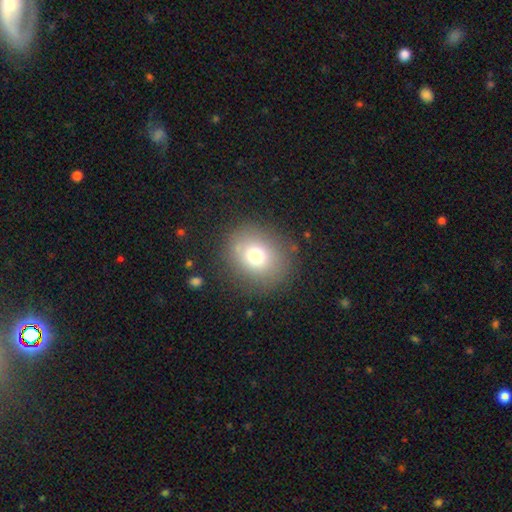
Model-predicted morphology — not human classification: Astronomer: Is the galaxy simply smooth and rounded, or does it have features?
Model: smooth — 73%.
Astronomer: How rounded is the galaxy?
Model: round — 72%.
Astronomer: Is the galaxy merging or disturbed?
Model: none — 82%.